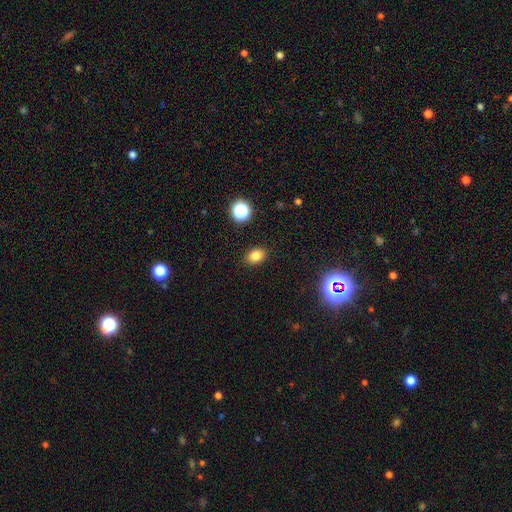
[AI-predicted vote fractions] Smooth or featured? smooth (81%)
How rounded? in between (68%)
Merging? none (89%)